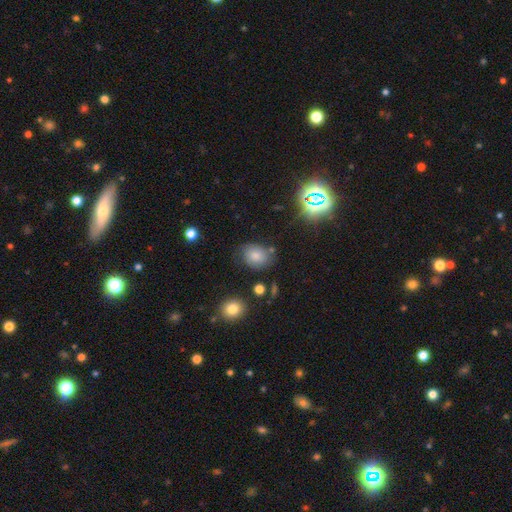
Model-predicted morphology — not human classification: smooth_or_featured: smooth (p=0.76) [alt: star or artifact p=0.13]
how_rounded: in between (p=0.61) [alt: round p=0.38]
merging: none (p=0.71) [alt: minor disturbance p=0.19]